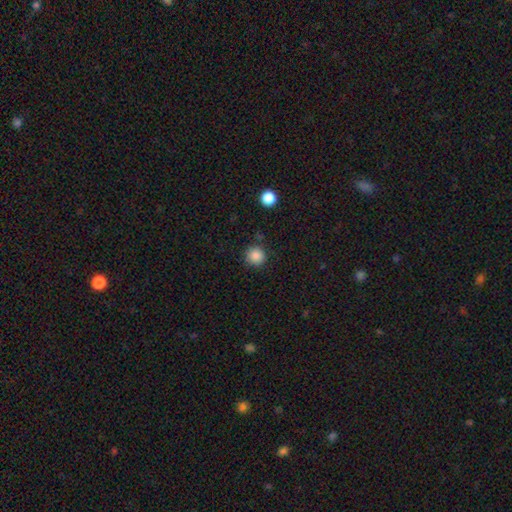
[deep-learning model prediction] Morphology: type=smooth (86%); roundness=round (94%); merging=none (87%).